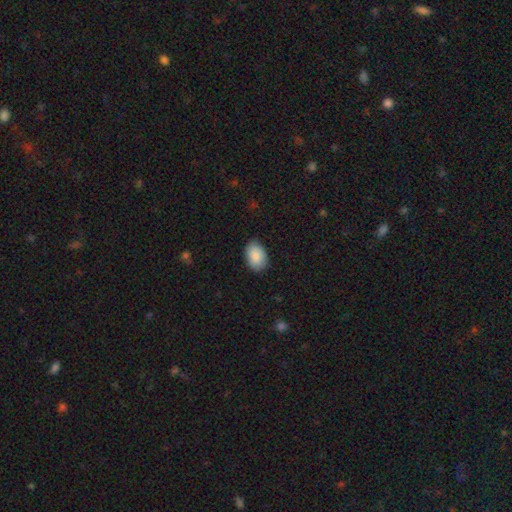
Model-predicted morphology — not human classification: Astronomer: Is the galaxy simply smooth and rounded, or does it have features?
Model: smooth — 89%.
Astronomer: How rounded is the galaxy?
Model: in between — 87%.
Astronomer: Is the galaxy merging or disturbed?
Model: none — 82%.